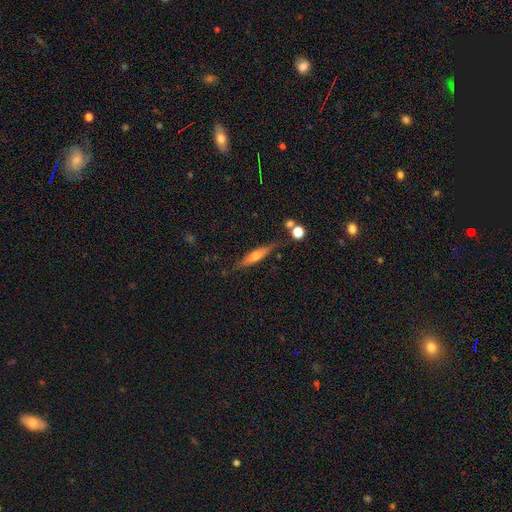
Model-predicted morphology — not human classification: Smooth or featured? Predicted: featured or disk (p=0.52). Edge-on disk? Predicted: yes (p=0.92). Merging? Predicted: none (p=0.78).